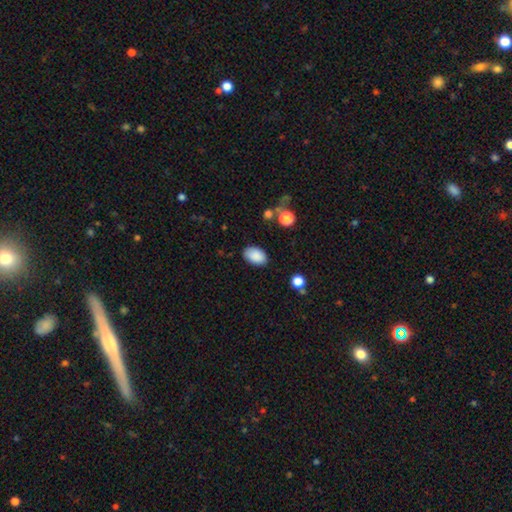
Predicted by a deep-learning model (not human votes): A smooth galaxy with no disk features (88%) that is in between round and cigar-shaped (90%). Merging: none (84%).